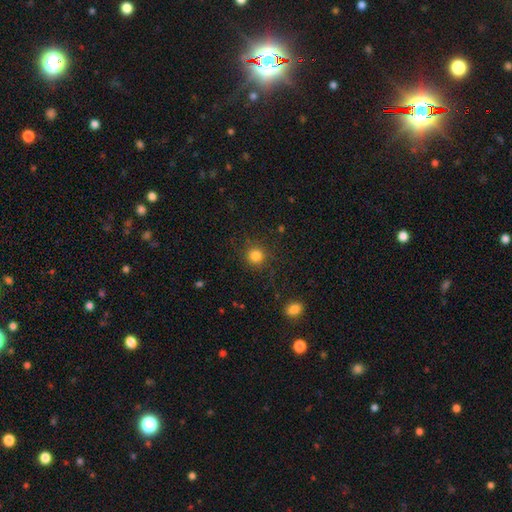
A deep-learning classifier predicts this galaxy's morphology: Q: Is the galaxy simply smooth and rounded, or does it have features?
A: smooth — 82%.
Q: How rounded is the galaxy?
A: round — 92%.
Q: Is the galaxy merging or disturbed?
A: none — 85%.